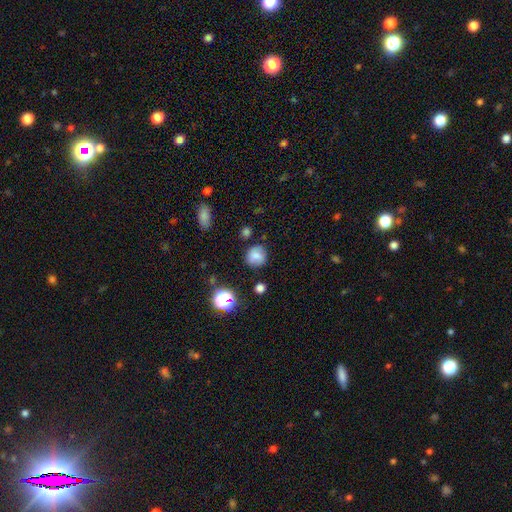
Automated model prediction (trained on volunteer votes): Smooth or featured?
  - smooth: 77% *
  - star or artifact: 13%
  - featured or disk: 10%
How rounded?
  - round: 84% *
  - in between: 15%
  - cigar-shaped: 1%
Merging?
  - none: 78% *
  - minor disturbance: 14%
  - major disturbance: 4%
  - merger: 3%